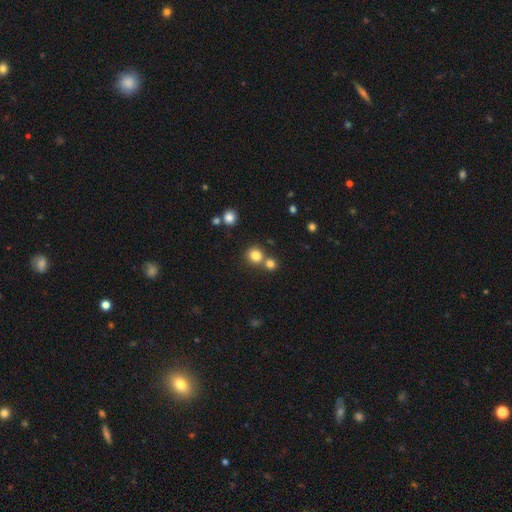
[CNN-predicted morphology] smooth_or_featured: smooth (p=0.81) [alt: star or artifact p=0.13]
how_rounded: round (p=0.87) [alt: in between p=0.12]
merging: none (p=0.63) [alt: merger p=0.27]